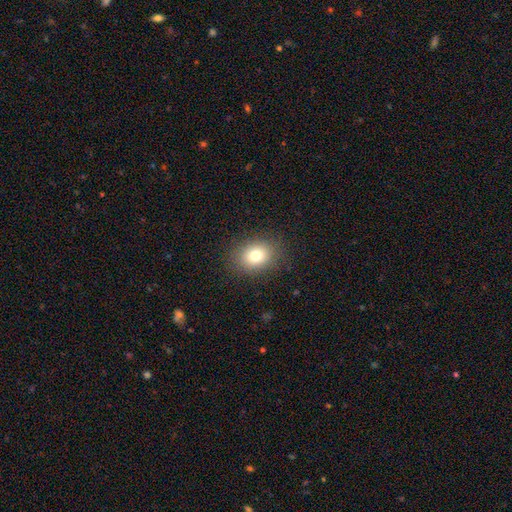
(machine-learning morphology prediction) smooth-or-featured: smooth: 78% | star or artifact: 12% | featured or disk: 10%
  how-rounded: in between: 55% | round: 44% | cigar-shaped: 1%
  merging: none: 86% | minor disturbance: 9% | major disturbance: 4% | merger: 1%